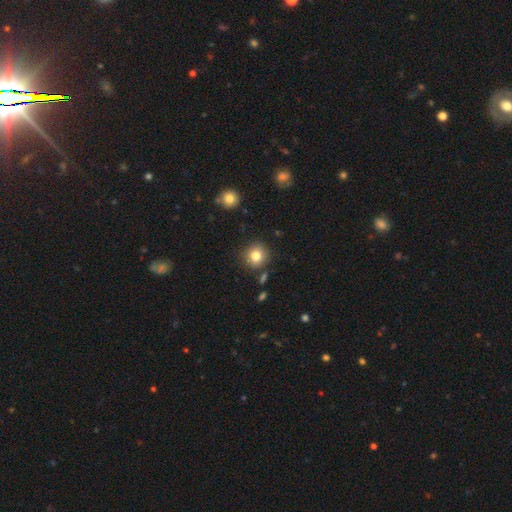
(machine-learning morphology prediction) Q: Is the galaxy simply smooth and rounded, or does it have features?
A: smooth — 81%.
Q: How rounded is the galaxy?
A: round — 89%.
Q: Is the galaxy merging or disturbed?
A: none — 85%.